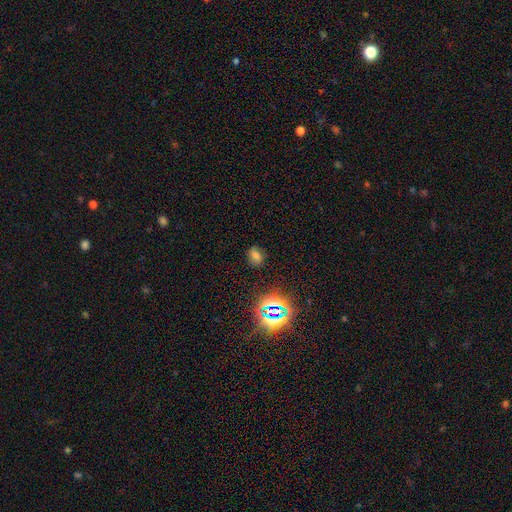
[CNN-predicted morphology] smooth_or_featured: smooth (p=0.54) [alt: star or artifact p=0.34]
how_rounded: in between (p=0.69) [alt: round p=0.29]
merging: none (p=0.82) [alt: minor disturbance p=0.12]